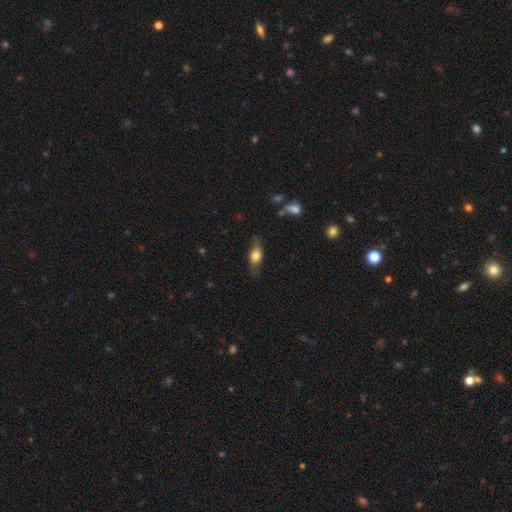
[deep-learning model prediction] Overall: smooth (66%; featured or disk 27%). How rounded: in between (74%). Merging: none (67%).